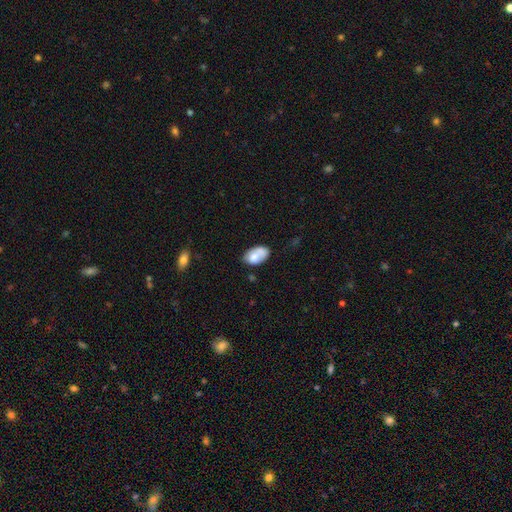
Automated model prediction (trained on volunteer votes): Smooth or featured: smooth — 72% (featured or disk — 21%)
How rounded: in between — 90% (round — 8%)
Merging: none — 48% (minor disturbance — 27%)